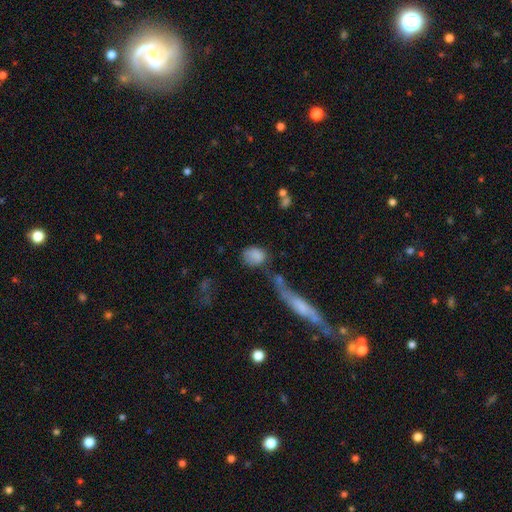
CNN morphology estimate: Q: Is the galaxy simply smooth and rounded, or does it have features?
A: smooth — 82%.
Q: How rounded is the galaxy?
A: in between — 56%.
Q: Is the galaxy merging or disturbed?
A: none — 46%.